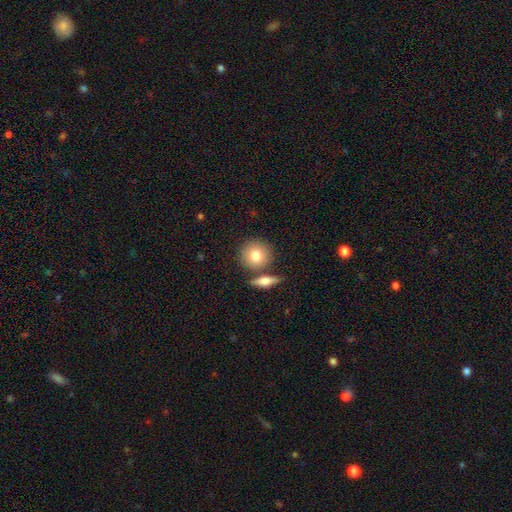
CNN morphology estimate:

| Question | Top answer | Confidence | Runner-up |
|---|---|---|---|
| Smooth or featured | smooth | 78% | featured or disk (15%) |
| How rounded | round | 88% | in between (10%) |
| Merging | none | 72% | merger (17%) |